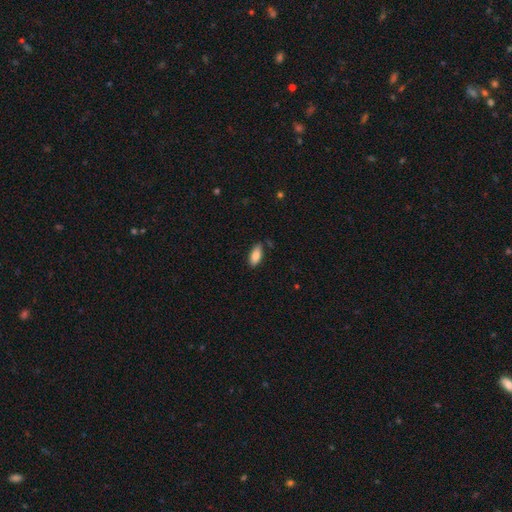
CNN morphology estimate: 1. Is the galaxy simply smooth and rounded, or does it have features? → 83% smooth, 11% featured or disk, 7% star or artifact.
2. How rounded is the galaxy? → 82% in between, 15% cigar-shaped, 2% round.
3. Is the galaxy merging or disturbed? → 80% none, 15% minor disturbance, 3% major disturbance, 2% merger.